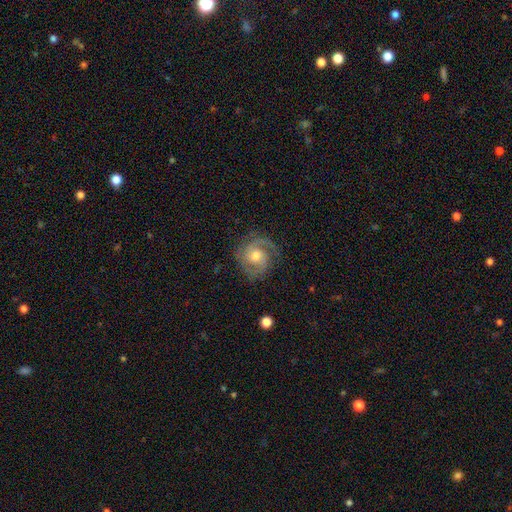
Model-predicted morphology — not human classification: This is clearly a featured or disk galaxy (83%). It is clearly not viewed edge-on (98%). Bar: likely no (65%). Spiral arm pattern: clearly yes (96%). Spiral arm count: likely 2 (67%). Spiral winding: possibly tight (46%). Central bulge: likely moderate (68%). Merging: likely none (75%).